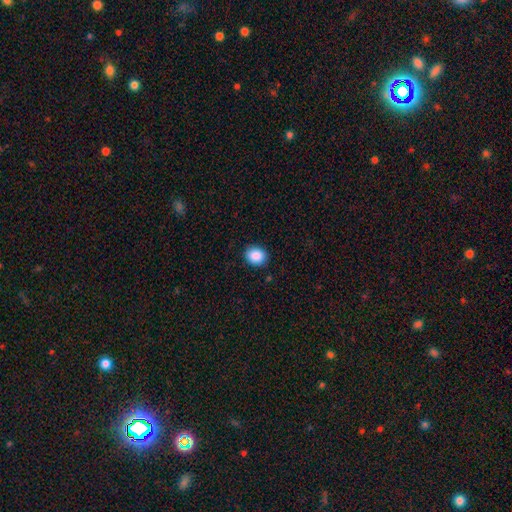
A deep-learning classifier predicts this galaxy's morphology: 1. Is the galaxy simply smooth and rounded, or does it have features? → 89% smooth, 8% star or artifact, 3% featured or disk.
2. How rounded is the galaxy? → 59% round, 40% in between, 1% cigar-shaped.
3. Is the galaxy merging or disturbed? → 88% none, 8% minor disturbance, 2% major disturbance, 1% merger.